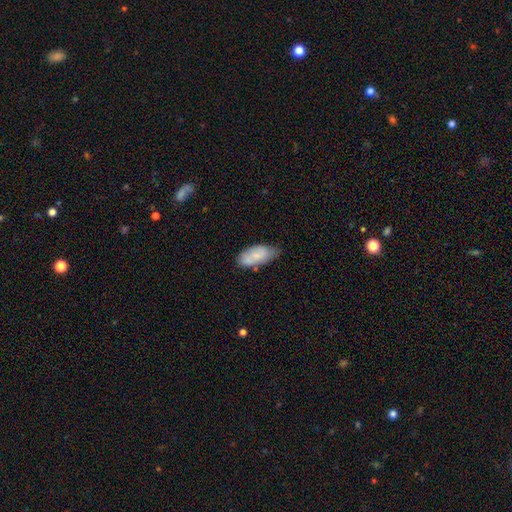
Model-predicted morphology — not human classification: Smooth or featured?
  - smooth: 73% *
  - featured or disk: 20%
  - star or artifact: 7%
How rounded?
  - in between: 90% *
  - cigar-shaped: 8%
  - round: 2%
Merging?
  - none: 56% *
  - minor disturbance: 31%
  - merger: 7%
  - major disturbance: 6%